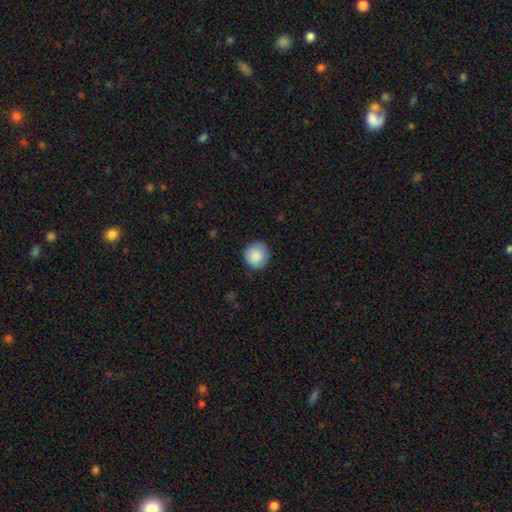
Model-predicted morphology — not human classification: smooth-or-featured: smooth: 88% | star or artifact: 7% | featured or disk: 5%
  how-rounded: round: 92% | in between: 7% | cigar-shaped: 1%
  merging: none: 86% | minor disturbance: 11% | major disturbance: 2% | merger: 1%